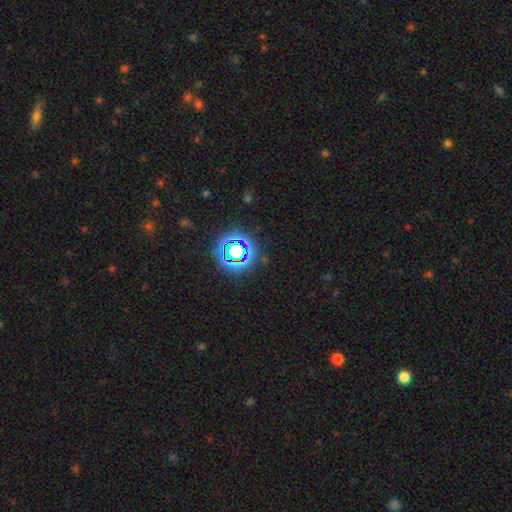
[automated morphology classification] type=star or artifact (77%).